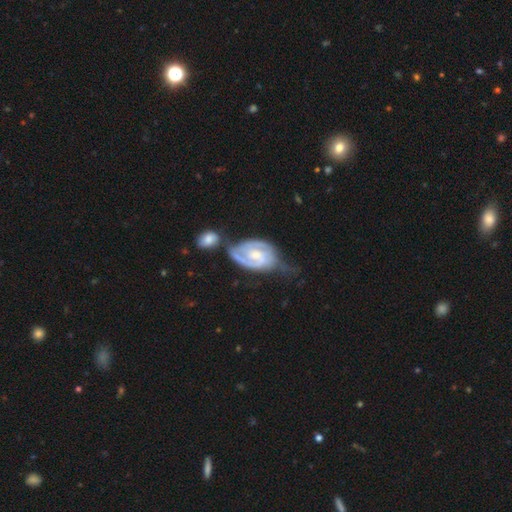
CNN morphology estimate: A featured or disk galaxy (86%) with no bar (46%), 2 (68%) tight (57%) spiral arms (96%) and a moderate central bulge (47%).

Vote fractions:
- Smooth or featured? featured or disk: 86% / smooth: 10% / star or artifact: 4%
- Edge-on disk? no: 97% / yes: 3%
- Bar? no: 46% / weak: 44% / strong: 10%
- Spiral arms? yes: 96% / no: 4%
- Spiral winding? tight: 57% / medium: 35% / loose: 8%
- Spiral arm count? 2: 68% / can't tell: 14% / 3: 9% / 1: 5% / 4: 2% / more than 4: 2%
- Bulge size? moderate: 47% / small: 42% / none: 5% / large: 5% / dominant: 1%
- Merging? none: 33% / minor disturbance: 26% / merger: 21% / major disturbance: 20%